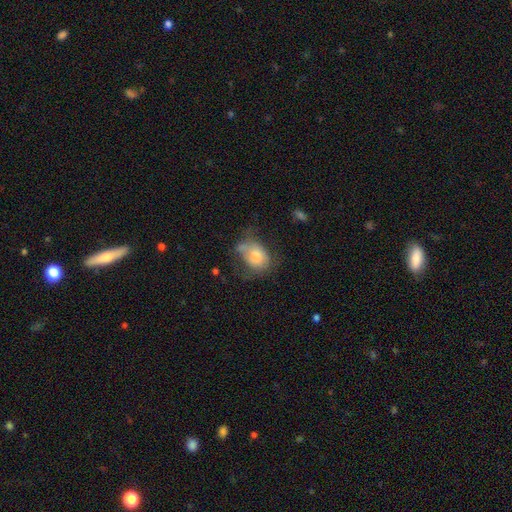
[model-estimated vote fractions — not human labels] smooth 72%, featured or disk 20%, star or artifact 8%. Down the decision tree: how rounded — in between (68%); merging — none (33%).